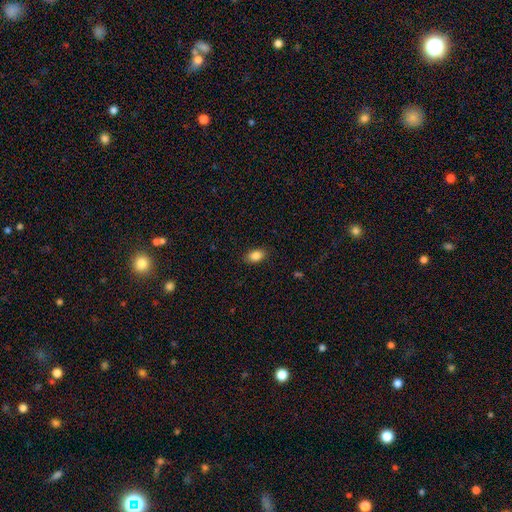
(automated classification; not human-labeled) Smooth or featured? smooth (86%)
How rounded? in between (87%)
Merging? none (87%)